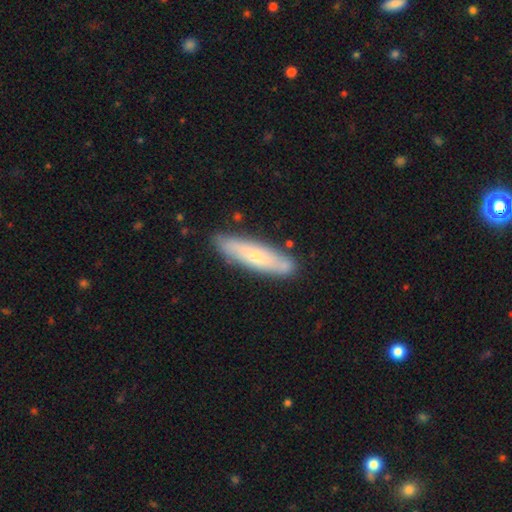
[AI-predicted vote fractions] Morphology: type=smooth (55%); roundness=cigar-shaped (72%); merging=none (81%).